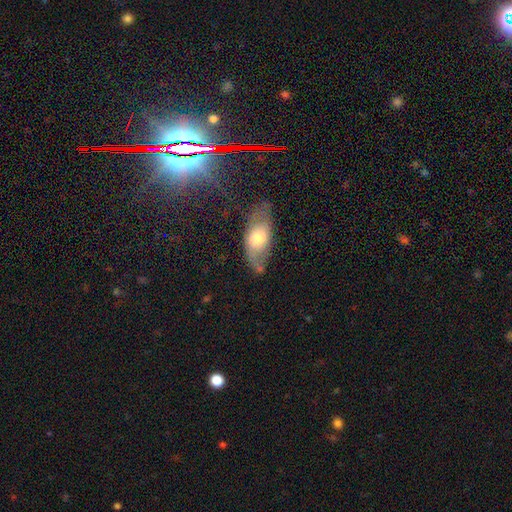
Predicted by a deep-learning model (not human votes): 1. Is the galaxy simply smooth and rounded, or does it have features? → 54% smooth, 38% featured or disk, 8% star or artifact.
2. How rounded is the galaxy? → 85% in between, 11% cigar-shaped, 5% round.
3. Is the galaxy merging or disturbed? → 52% none, 31% minor disturbance, 13% major disturbance, 4% merger.